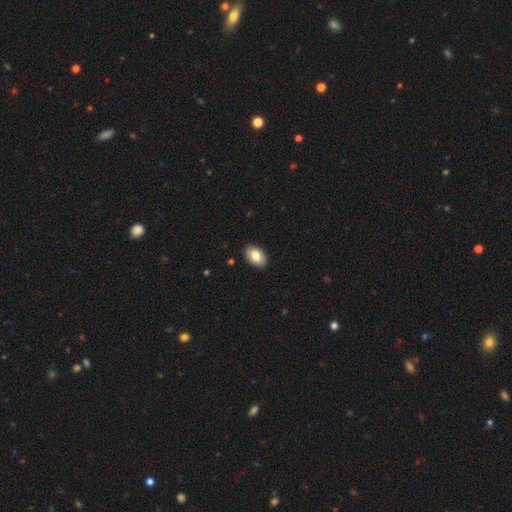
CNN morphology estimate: This appears to be a smooth galaxy with no disk features (80%) that is in between round and cigar-shaped (91%). Merging: none (90%).